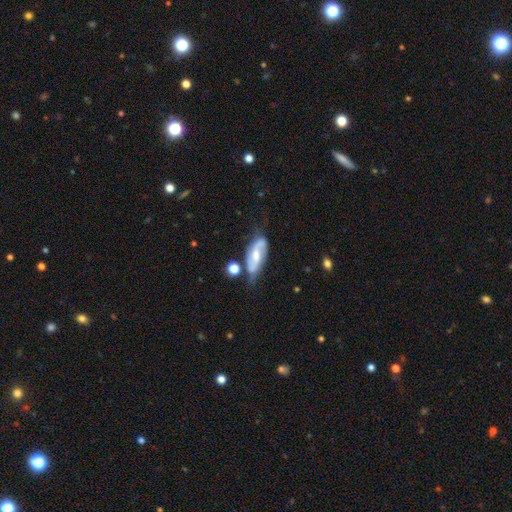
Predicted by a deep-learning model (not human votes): Q: Smooth or featured?
A: featured or disk (75%); runner-up: smooth (19%)
Q: Edge-on disk?
A: no (93%); runner-up: yes (7%)
Q: Bar?
A: weak (45%); runner-up: no (32%)
Q: Spiral arms?
A: yes (93%); runner-up: no (7%)
Q: Spiral winding?
A: medium (44%); runner-up: loose (37%)
Q: Spiral arm count?
A: 2 (87%); runner-up: can't tell (7%)
Q: Bulge size?
A: moderate (48%); runner-up: small (40%)
Q: Merging?
A: none (59%); runner-up: minor disturbance (25%)